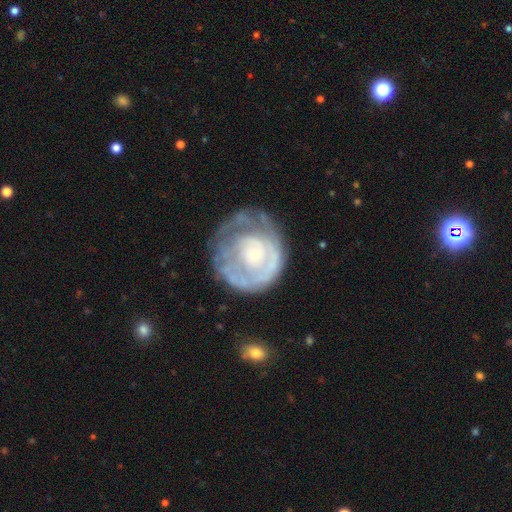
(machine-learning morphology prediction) Smooth or featured: featured or disk — 73% (smooth — 21%)
Edge-on disk: no — 98% (yes — 2%)
Bar: no — 84% (weak — 13%)
Spiral arms: yes — 64% (no — 36%)
Bulge size: small — 76% (moderate — 16%)
Merging: none — 52% (minor disturbance — 23%)